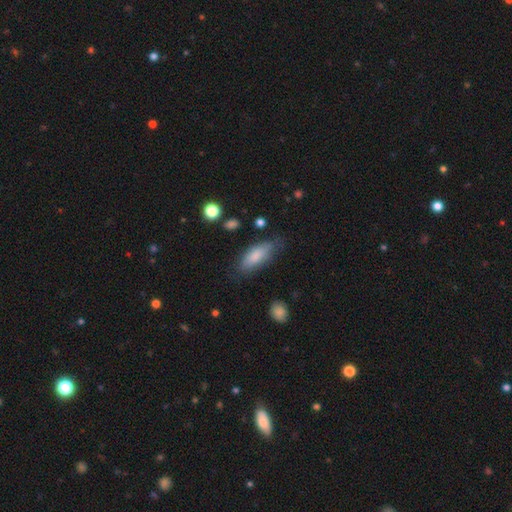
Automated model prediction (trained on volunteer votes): A smooth galaxy with no disk features (79%) that is in between round and cigar-shaped (72%). Merging: none (68%).